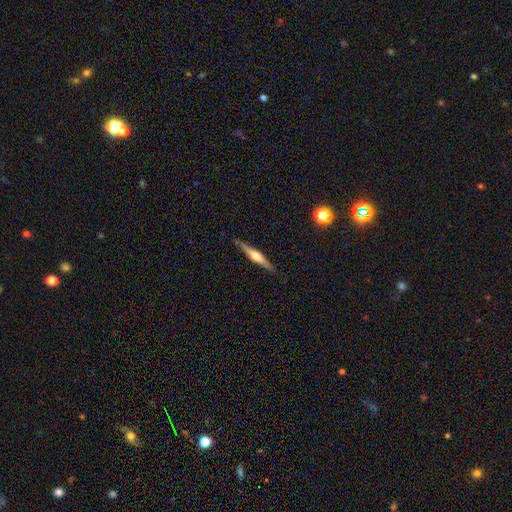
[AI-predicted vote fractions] smooth-or-featured: featured or disk: 69% | smooth: 25% | star or artifact: 6%
  disk-edge-on: yes: 98% | no: 2%
    edge-on-bulge: rounded: 74% | boxy: 19% | none: 7%
  merging: none: 88% | minor disturbance: 9% | major disturbance: 2% | merger: 1%